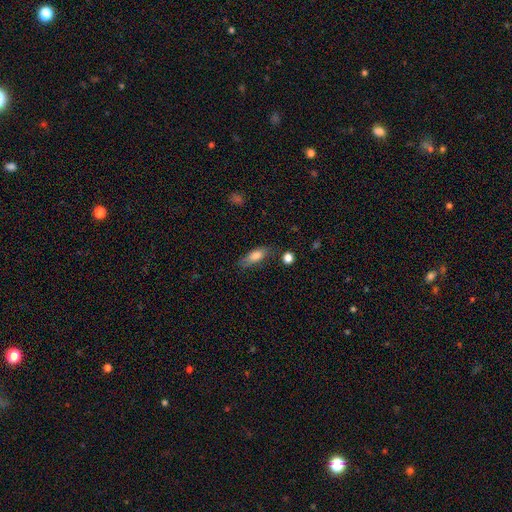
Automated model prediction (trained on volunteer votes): Overall: smooth (78%). How rounded: in between (70%). Merging: none (72%).